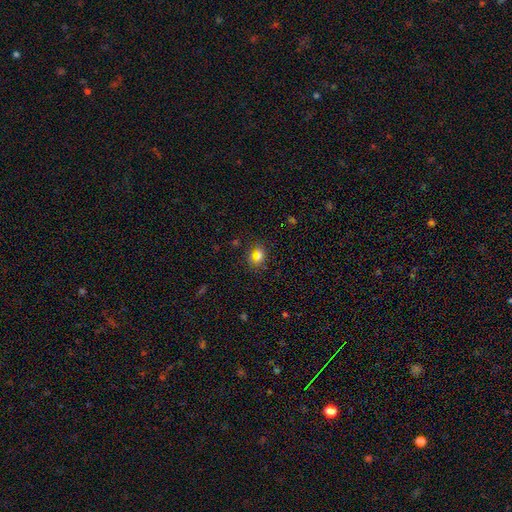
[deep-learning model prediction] smooth_or_featured: smooth (p=0.64) [alt: star or artifact p=0.26]
how_rounded: round (p=0.53) [alt: in between p=0.44]
merging: none (p=0.81) [alt: minor disturbance p=0.12]